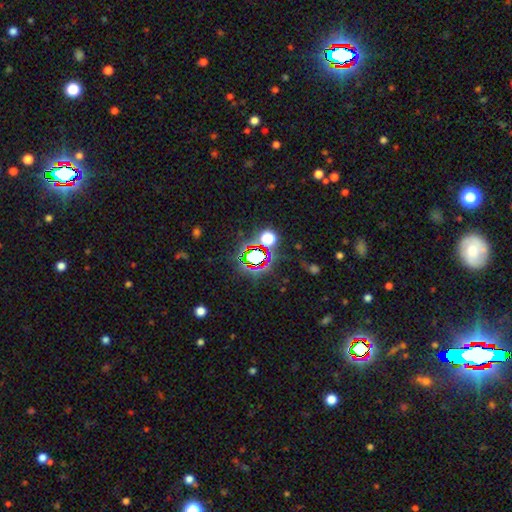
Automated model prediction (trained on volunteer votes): A star or artifact, not a galaxy (71%).